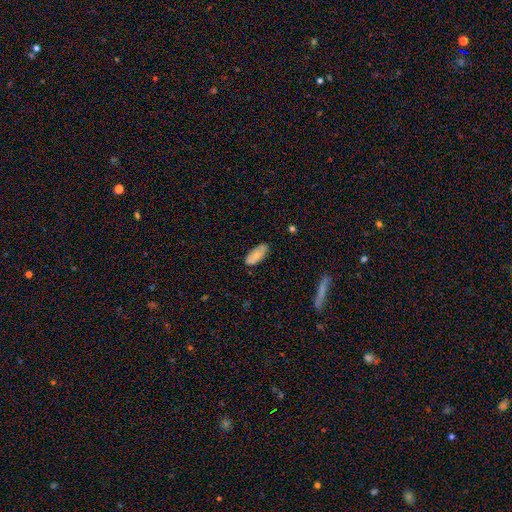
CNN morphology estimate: Smooth or featured?
  - smooth: 76% *
  - featured or disk: 18%
  - star or artifact: 6%
How rounded?
  - in between: 86% *
  - cigar-shaped: 12%
  - round: 2%
Merging?
  - none: 79% *
  - minor disturbance: 17%
  - major disturbance: 3%
  - merger: 2%